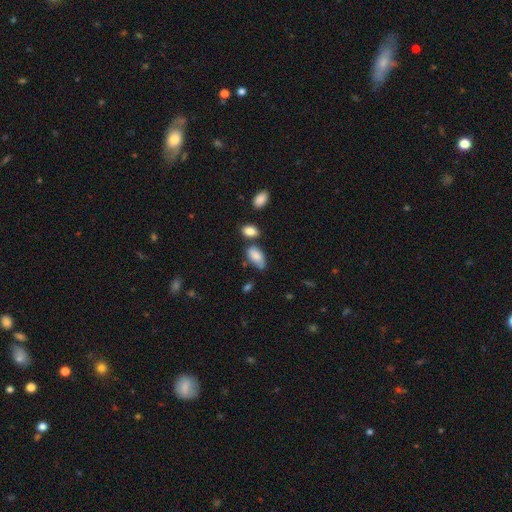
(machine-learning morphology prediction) Q: Smooth or featured?
A: smooth (82%); runner-up: featured or disk (11%)
Q: How rounded?
A: in between (93%); runner-up: round (4%)
Q: Merging?
A: none (49%); runner-up: minor disturbance (29%)